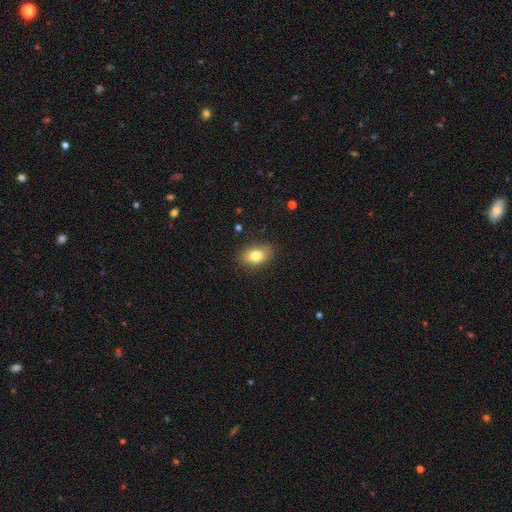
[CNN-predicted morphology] A smooth galaxy with no disk features (81%) that is in between round and cigar-shaped (87%).

Vote fractions:
- Smooth or featured? smooth: 81% / featured or disk: 11% / star or artifact: 8%
- How rounded? in between: 87% / round: 11% / cigar-shaped: 2%
- Merging? none: 84% / minor disturbance: 12% / major disturbance: 3% / merger: 1%